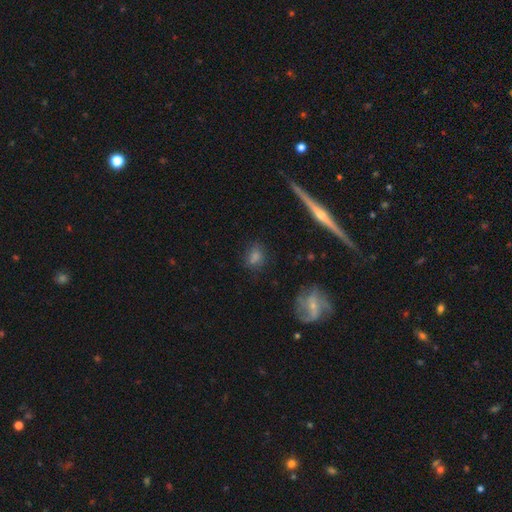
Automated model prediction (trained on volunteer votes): Overall: smooth (58%; featured or disk 28%). How rounded: round (46%; in between 45%). Merging: none (81%).